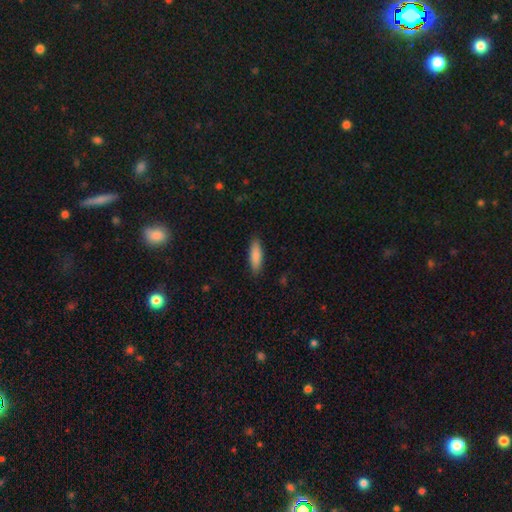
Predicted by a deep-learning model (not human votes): This is clearly a smooth galaxy (87%). How rounded: possibly cigar-shaped (54%). Merging: clearly none (88%).